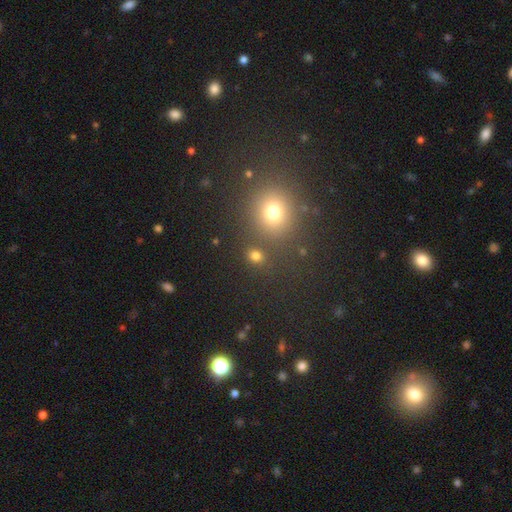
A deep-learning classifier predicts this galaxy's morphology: The model was most divided on "how rounded": round: 68%, in between: 31%, cigar-shaped: 1%. More confident: merging — none (79%); smooth or featured — smooth (75%).